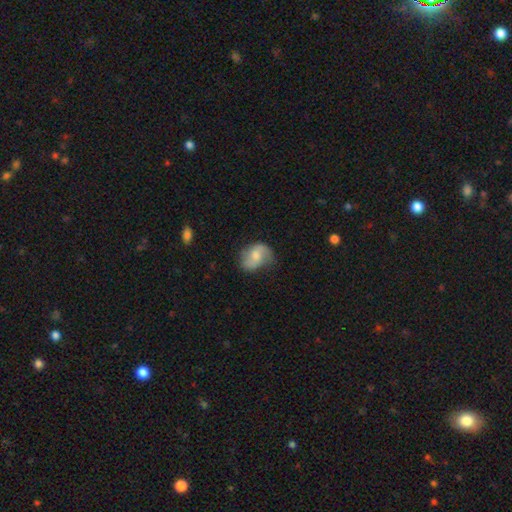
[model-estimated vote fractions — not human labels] smooth-or-featured: smooth: 47% | featured or disk: 46% | star or artifact: 7%
  merging: none: 60% | minor disturbance: 29% | major disturbance: 9% | merger: 2%